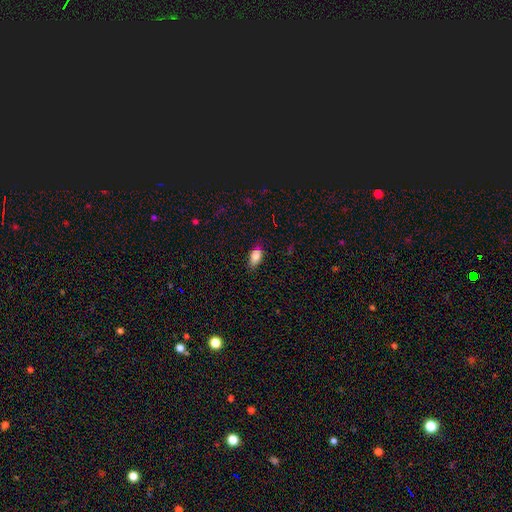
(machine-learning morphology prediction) Smooth or featured? smooth (84%)
How rounded? in between (88%)
Merging? none (75%)